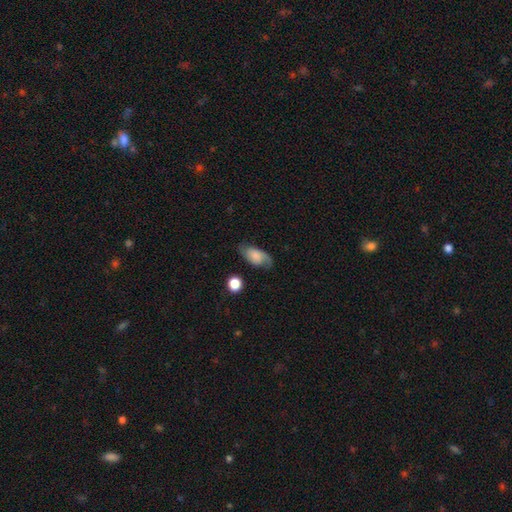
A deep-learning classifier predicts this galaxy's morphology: Smooth or featured? Predicted: smooth (p=0.49). Merging? Predicted: none (p=0.68).